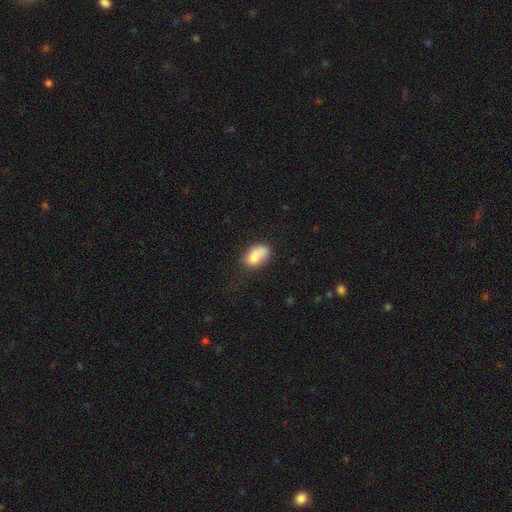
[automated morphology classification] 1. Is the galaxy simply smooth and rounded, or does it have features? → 74% smooth, 17% featured or disk, 8% star or artifact.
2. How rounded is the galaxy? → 85% in between, 13% round, 2% cigar-shaped.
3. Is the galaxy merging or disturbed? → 42% none, 25% minor disturbance, 19% merger, 13% major disturbance.